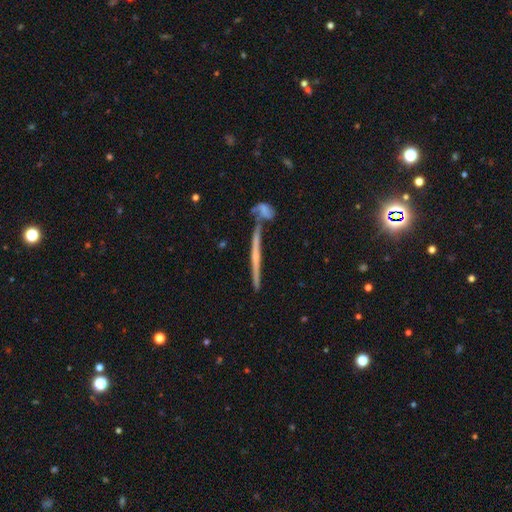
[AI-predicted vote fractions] Smooth or featured? featured or disk (70%)
Edge-on disk? yes (97%)
Edge-on bulge? none (52%)
Merging? none (73%)